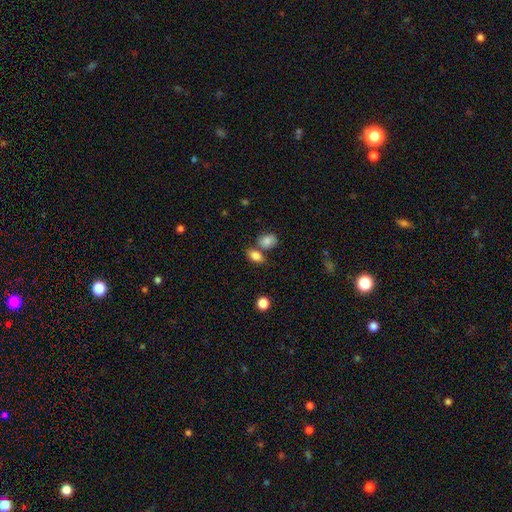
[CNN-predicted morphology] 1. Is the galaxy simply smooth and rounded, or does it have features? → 84% smooth, 9% star or artifact, 7% featured or disk.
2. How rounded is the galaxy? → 83% in between, 15% round, 2% cigar-shaped.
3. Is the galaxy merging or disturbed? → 57% none, 27% merger, 12% minor disturbance, 4% major disturbance.